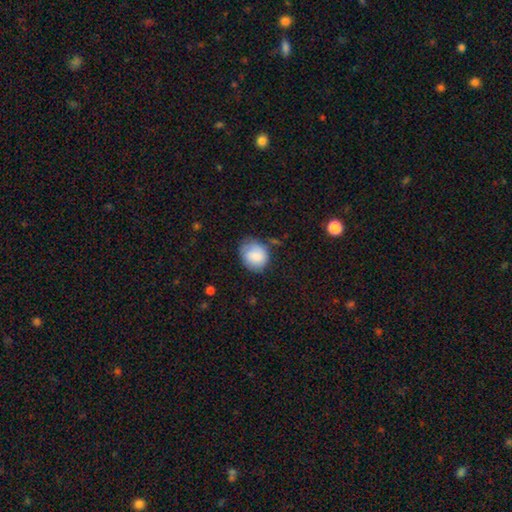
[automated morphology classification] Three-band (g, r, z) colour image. It shows a smooth galaxy with no disk features (81%) that is round (64%). Merging: none (61%).